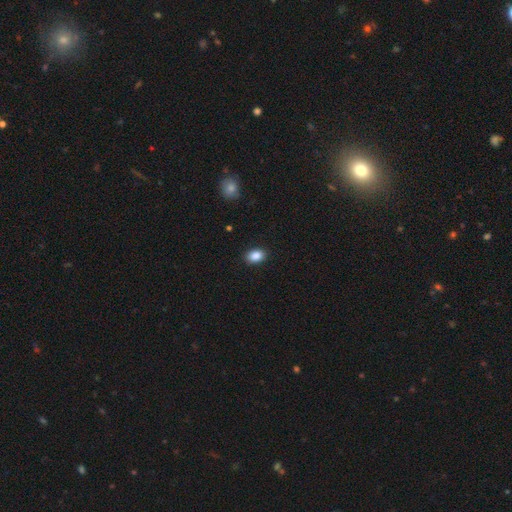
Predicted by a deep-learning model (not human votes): Smooth or featured: smooth — 87% (star or artifact — 9%)
How rounded: in between — 82% (round — 16%)
Merging: none — 89% (minor disturbance — 8%)